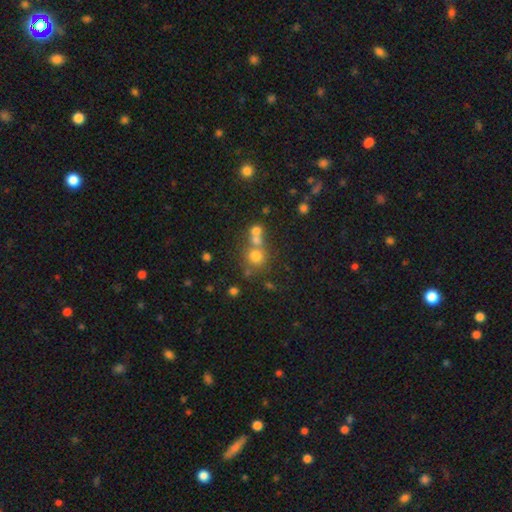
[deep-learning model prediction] smooth-or-featured: smooth: 67% | star or artifact: 18% | featured or disk: 15%
  how-rounded: round: 85% | in between: 14% | cigar-shaped: 1%
  merging: none: 47% | merger: 40% | minor disturbance: 8% | major disturbance: 5%